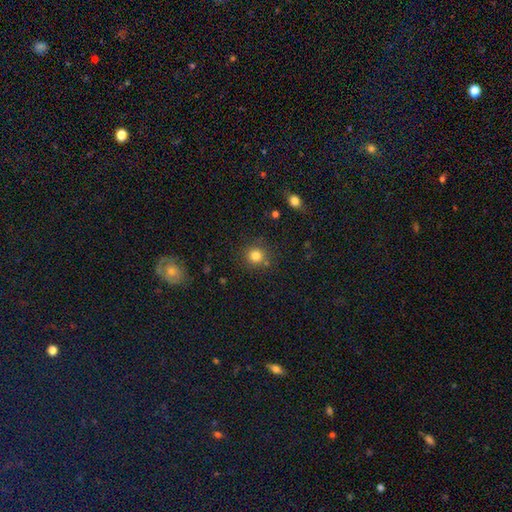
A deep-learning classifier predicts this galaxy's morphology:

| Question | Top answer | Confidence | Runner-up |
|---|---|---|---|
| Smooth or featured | smooth | 82% | star or artifact (13%) |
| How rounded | round | 92% | in between (7%) |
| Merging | none | 82% | minor disturbance (9%) |